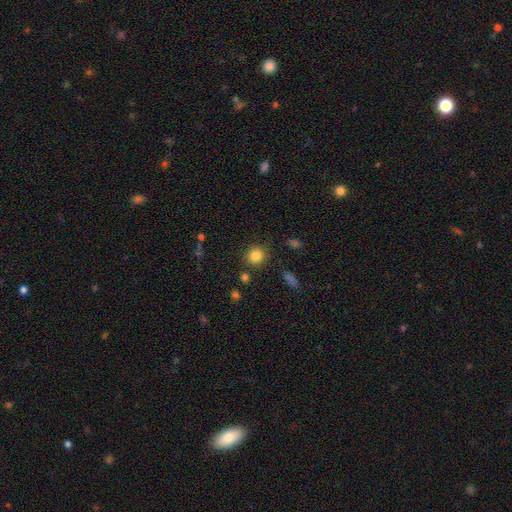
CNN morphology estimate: Smooth or featured?
  - smooth: 84% *
  - star or artifact: 11%
  - featured or disk: 5%
How rounded?
  - round: 89% *
  - in between: 10%
  - cigar-shaped: 1%
Merging?
  - none: 85% *
  - minor disturbance: 9%
  - merger: 3%
  - major disturbance: 3%